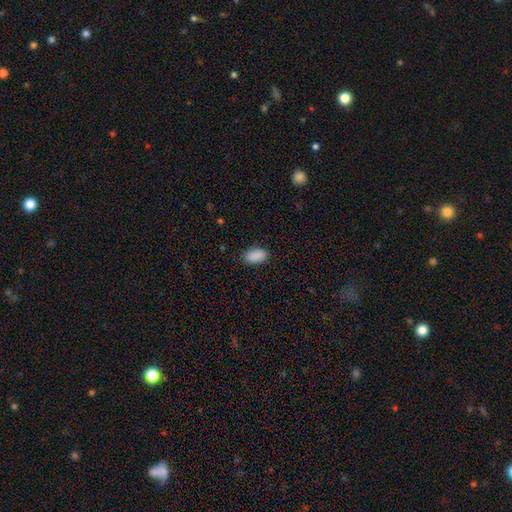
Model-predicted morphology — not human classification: smooth-or-featured: smooth: 90% | star or artifact: 7% | featured or disk: 3%
  how-rounded: in between: 94% | round: 5% | cigar-shaped: 2%
  merging: none: 86% | minor disturbance: 10% | major disturbance: 2% | merger: 1%